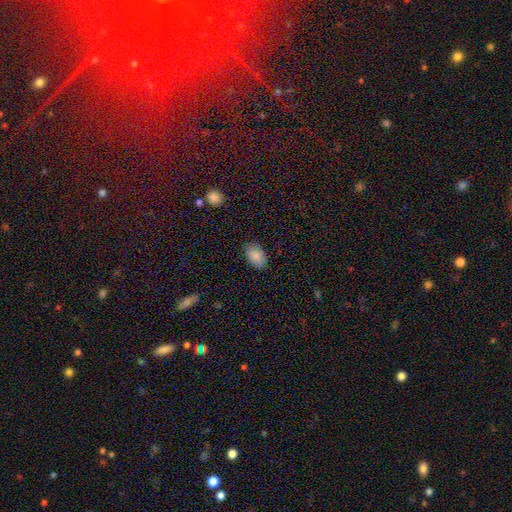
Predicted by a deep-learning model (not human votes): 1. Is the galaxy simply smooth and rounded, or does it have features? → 88% smooth, 7% star or artifact, 5% featured or disk.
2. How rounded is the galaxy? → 89% in between, 10% round, 1% cigar-shaped.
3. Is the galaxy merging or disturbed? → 85% none, 12% minor disturbance, 3% major disturbance, 1% merger.